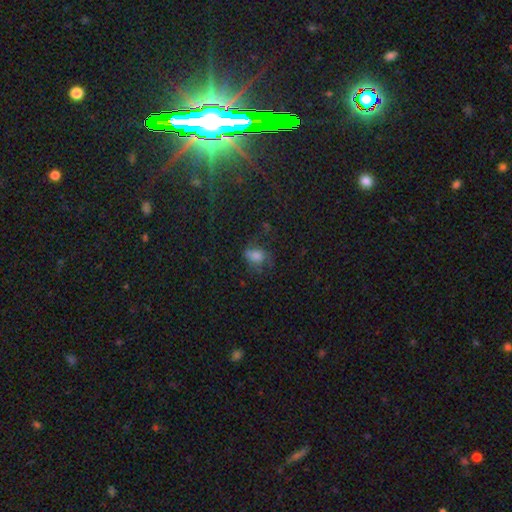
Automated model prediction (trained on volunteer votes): The model was most divided on "merging": none: 47%, major disturbance: 25%, minor disturbance: 24%, merger: 3%. More confident: how rounded — in between (63%); smooth or featured — smooth (53%).